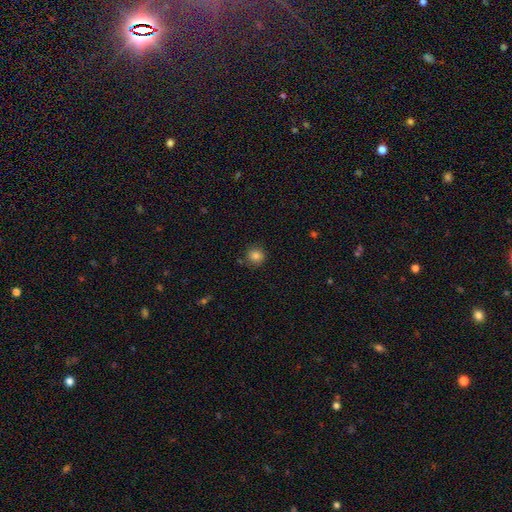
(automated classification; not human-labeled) The model was most divided on "smooth or featured": smooth: 82%, star or artifact: 12%, featured or disk: 6%. More confident: how rounded — round (93%); merging — none (84%).